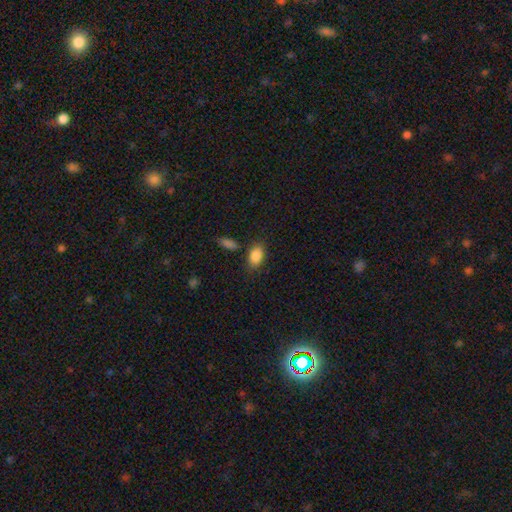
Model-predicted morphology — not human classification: This is clearly a smooth galaxy (87%). How rounded: clearly in between (85%). Merging: likely none (76%).